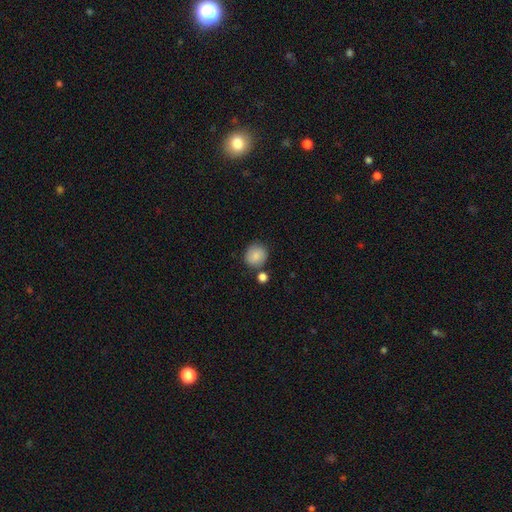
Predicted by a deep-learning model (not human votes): Smooth or featured?
  - smooth: 83% *
  - featured or disk: 9%
  - star or artifact: 8%
How rounded?
  - round: 84% *
  - in between: 15%
  - cigar-shaped: 1%
Merging?
  - none: 75% *
  - minor disturbance: 11%
  - merger: 11%
  - major disturbance: 3%